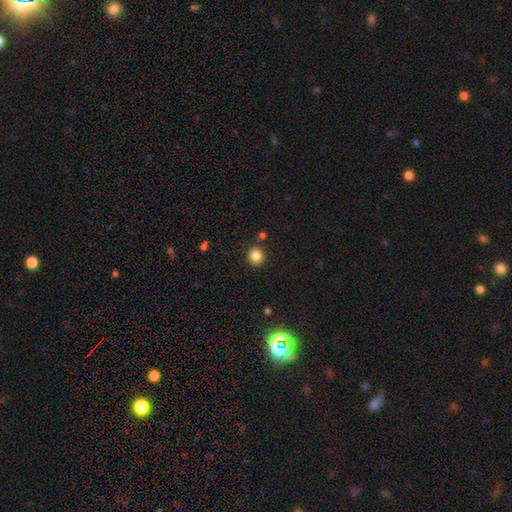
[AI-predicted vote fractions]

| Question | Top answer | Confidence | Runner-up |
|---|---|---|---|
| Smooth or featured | smooth | 85% | star or artifact (11%) |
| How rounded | round | 88% | in between (11%) |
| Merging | none | 84% | minor disturbance (8%) |